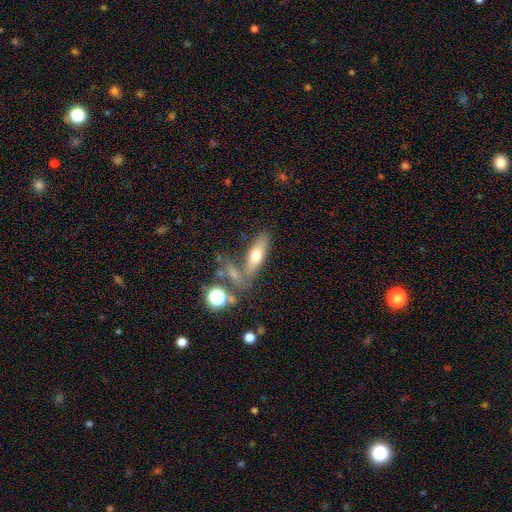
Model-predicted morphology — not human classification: type=smooth (60%); roundness=cigar-shaped (48%, tied with in between); merging=none (59%).